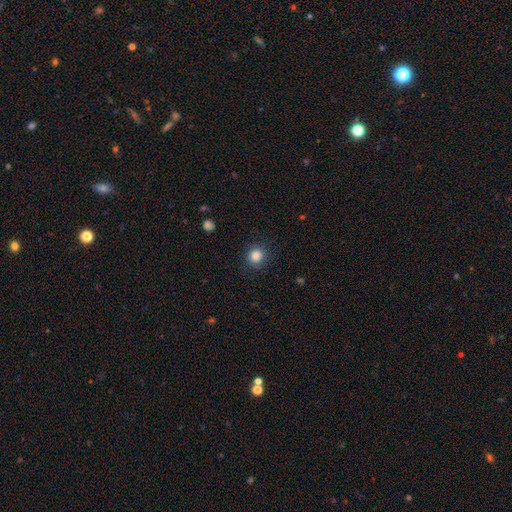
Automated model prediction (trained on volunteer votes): Smooth or featured?
  - smooth: 85% *
  - star or artifact: 11%
  - featured or disk: 4%
How rounded?
  - round: 89% *
  - in between: 10%
  - cigar-shaped: 1%
Merging?
  - none: 88% *
  - minor disturbance: 9%
  - major disturbance: 3%
  - merger: 1%